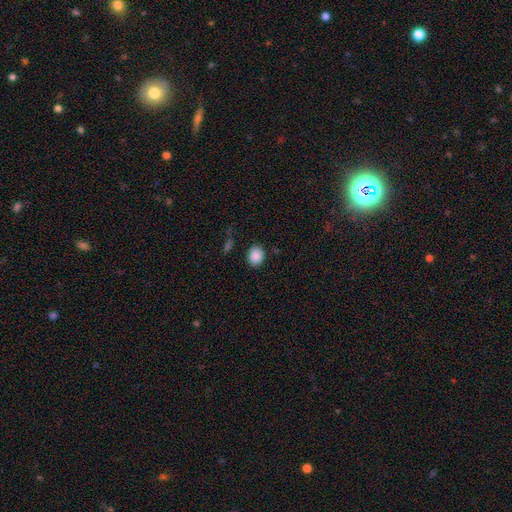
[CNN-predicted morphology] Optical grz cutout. It shows a smooth galaxy with no disk features (88%) that is round (57%). Merging: none (86%).